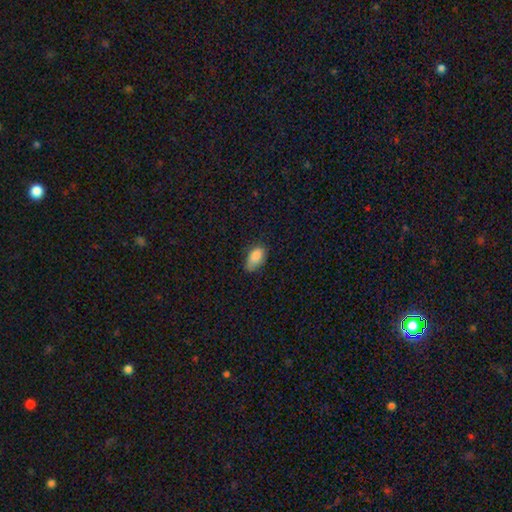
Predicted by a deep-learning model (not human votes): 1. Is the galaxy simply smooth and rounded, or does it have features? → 85% smooth, 8% featured or disk, 8% star or artifact.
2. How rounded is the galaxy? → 92% in between, 4% round, 3% cigar-shaped.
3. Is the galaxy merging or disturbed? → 56% none, 35% minor disturbance, 7% major disturbance, 2% merger.